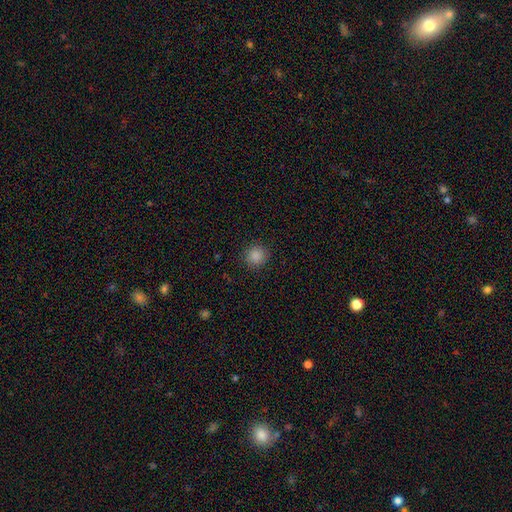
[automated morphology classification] The model was most divided on "smooth or featured": smooth: 87%, star or artifact: 10%, featured or disk: 3%. More confident: how rounded — round (92%); merging — none (90%).